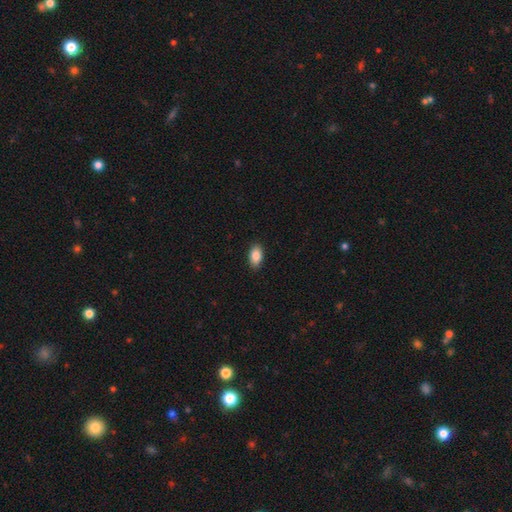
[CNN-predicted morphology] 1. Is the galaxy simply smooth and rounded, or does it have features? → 86% smooth, 7% star or artifact, 6% featured or disk.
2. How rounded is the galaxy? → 93% in between, 5% round, 2% cigar-shaped.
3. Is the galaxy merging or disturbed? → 90% none, 8% minor disturbance, 2% major disturbance, 1% merger.